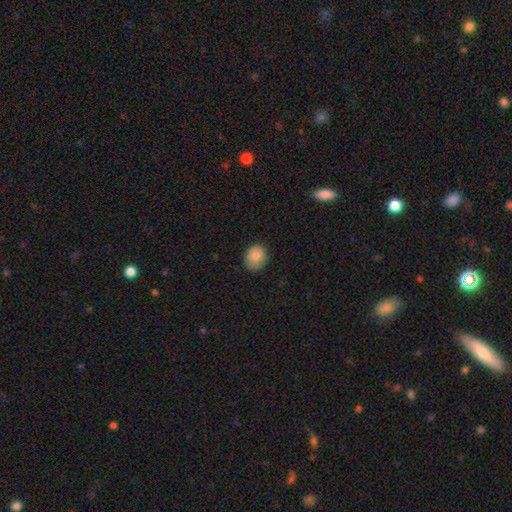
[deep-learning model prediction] A smooth galaxy with no disk features (86%) that is round (64%).

Vote fractions:
- Smooth or featured? smooth: 86% / star or artifact: 8% / featured or disk: 6%
- How rounded? round: 64% / in between: 35% / cigar-shaped: 1%
- Merging? none: 82% / minor disturbance: 15% / major disturbance: 3% / merger: 1%